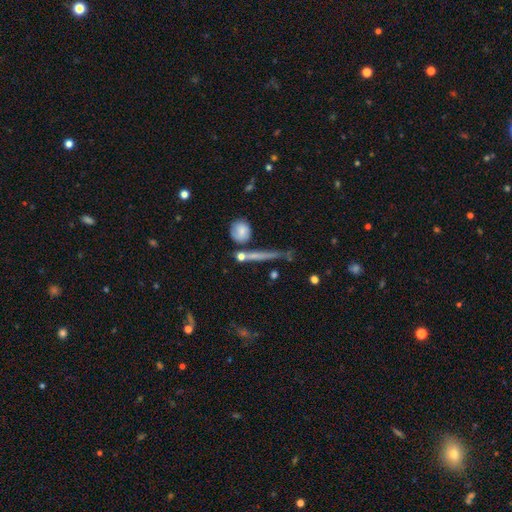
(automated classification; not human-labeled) Smooth or featured? smooth (52%)
How rounded? cigar-shaped (69%)
Merging? none (61%)